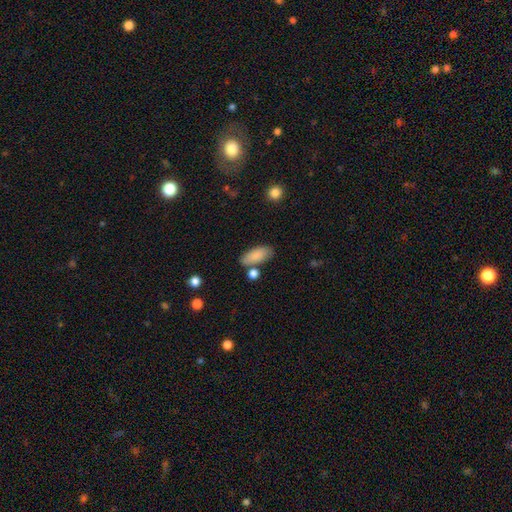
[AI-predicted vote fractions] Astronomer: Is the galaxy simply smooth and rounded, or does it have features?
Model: smooth — 86%.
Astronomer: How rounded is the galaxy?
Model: in between — 87%.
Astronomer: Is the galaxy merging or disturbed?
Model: none — 74%.